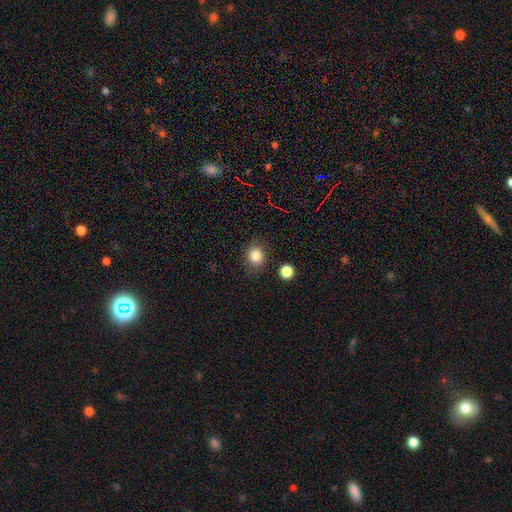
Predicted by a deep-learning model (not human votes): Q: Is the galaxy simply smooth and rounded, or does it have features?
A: smooth — 83%.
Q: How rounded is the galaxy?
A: round — 67%.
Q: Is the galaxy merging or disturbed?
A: none — 83%.